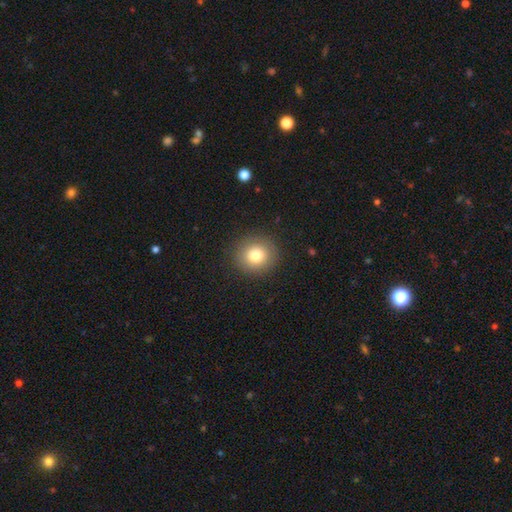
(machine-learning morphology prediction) smooth 79%, star or artifact 11%, featured or disk 10%. Down the decision tree: how rounded — round (89%); merging — none (90%).